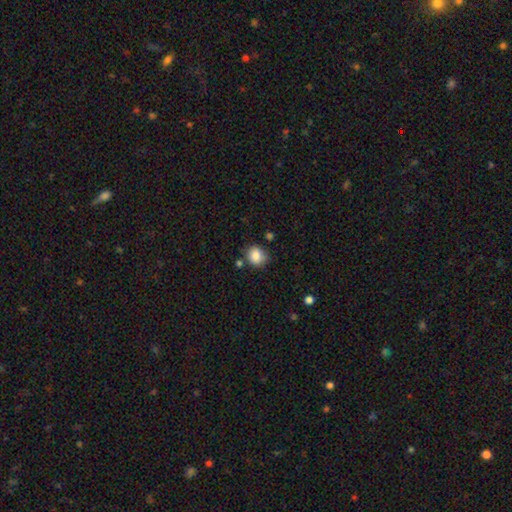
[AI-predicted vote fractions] smooth-or-featured: smooth: 85% | star or artifact: 9% | featured or disk: 6%
  how-rounded: round: 71% | in between: 28% | cigar-shaped: 1%
  merging: none: 72% | minor disturbance: 18% | merger: 7% | major disturbance: 4%